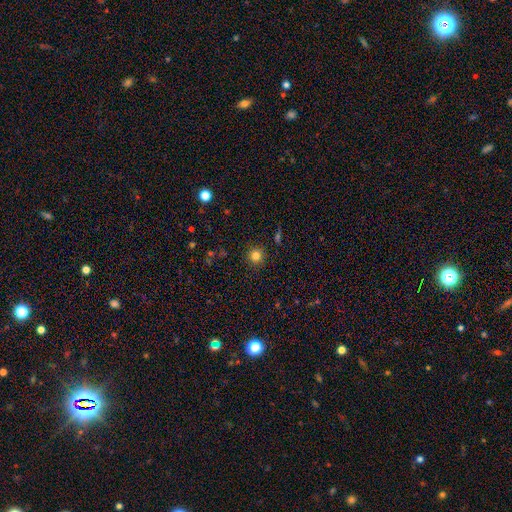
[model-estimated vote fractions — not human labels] Q: Smooth or featured?
A: smooth (81%); runner-up: star or artifact (13%)
Q: How rounded?
A: round (94%); runner-up: in between (5%)
Q: Merging?
A: none (90%); runner-up: minor disturbance (6%)